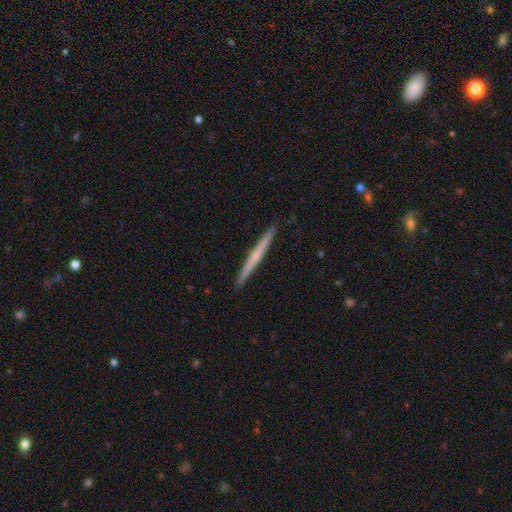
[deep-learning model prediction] Smooth or featured?
  - featured or disk: 53% *
  - smooth: 41%
  - star or artifact: 5%
Edge-on disk?
  - yes: 98% *
  - no: 2%
Edge-on bulge?
  - none: 68% *
  - rounded: 27%
  - boxy: 5%
Merging?
  - none: 93% *
  - minor disturbance: 5%
  - major disturbance: 1%
  - merger: 1%